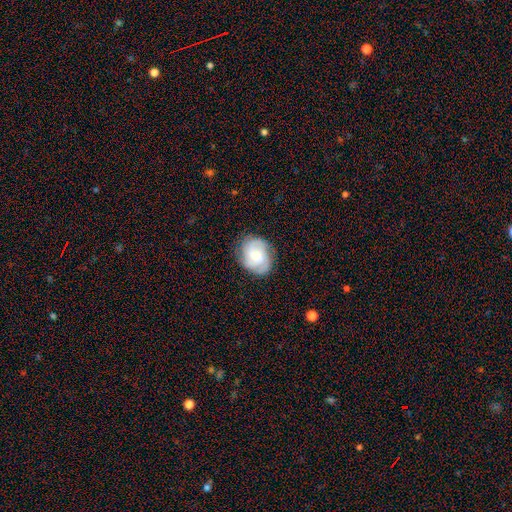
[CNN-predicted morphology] Smooth or featured?
  - featured or disk: 74% *
  - smooth: 20%
  - star or artifact: 6%
Edge-on disk?
  - no: 98% *
  - yes: 2%
Bar?
  - no: 62% *
  - weak: 33%
  - strong: 6%
Spiral arms?
  - yes: 95% *
  - no: 5%
Spiral winding?
  - tight: 52% *
  - medium: 38%
  - loose: 10%
Spiral arm count?
  - 3: 40% *
  - 2: 23%
  - can't tell: 19%
  - 4: 9%
  - 1: 4%
  - more than 4: 4%
Bulge size?
  - moderate: 53% *
  - small: 40%
  - large: 4%
  - none: 2%
  - dominant: 1%
Merging?
  - none: 80% *
  - minor disturbance: 15%
  - major disturbance: 4%
  - merger: 1%